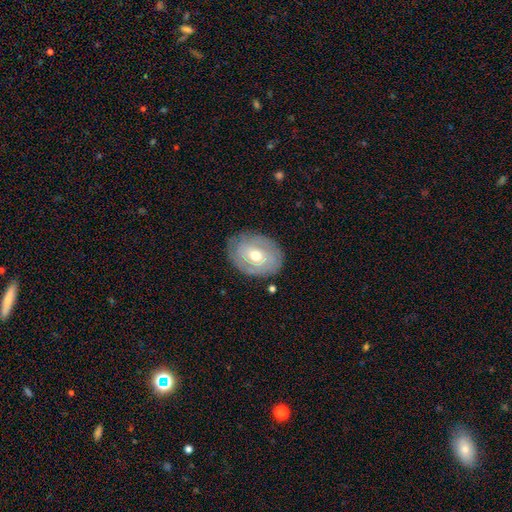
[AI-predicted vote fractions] Morphology: type=featured or disk (61%); edge-on=no (94%); bar=no (62%); spiral arms=yes (68%); bulge=moderate (68%); merging=none (81%).